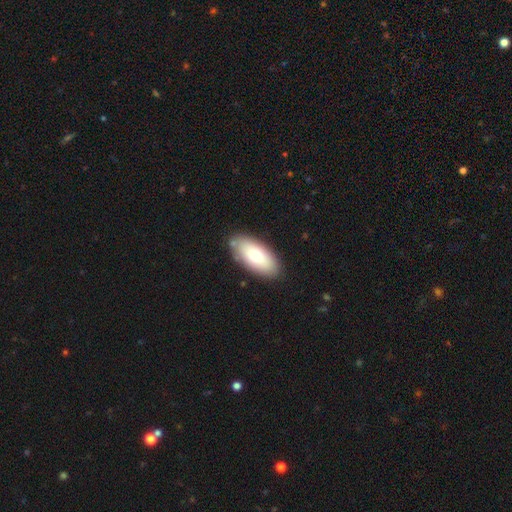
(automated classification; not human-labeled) This appears to be a smooth galaxy with no disk features (73%) that is in between round and cigar-shaped (89%). Merging: none (82%).